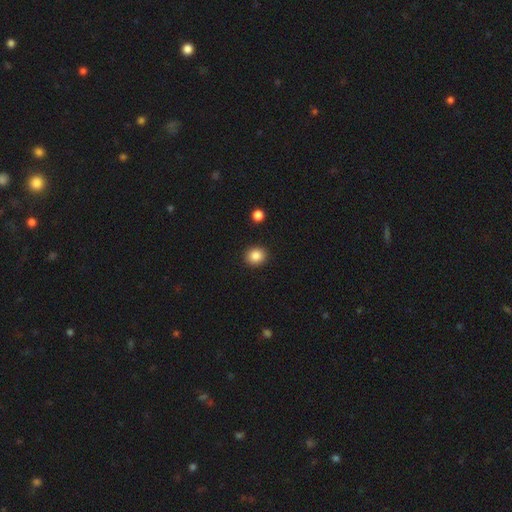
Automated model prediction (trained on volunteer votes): Smooth or featured?
  - smooth: 86% *
  - star or artifact: 10%
  - featured or disk: 4%
How rounded?
  - round: 75% *
  - in between: 24%
  - cigar-shaped: 1%
Merging?
  - none: 91% *
  - minor disturbance: 6%
  - major disturbance: 2%
  - merger: 2%